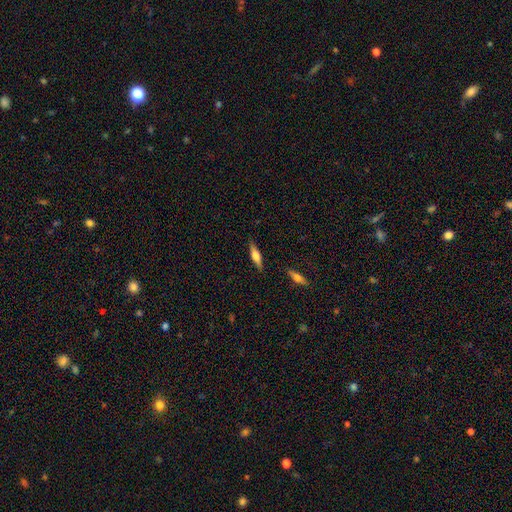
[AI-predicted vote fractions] Smooth or featured? Predicted: featured or disk (p=0.53). Edge-on disk? Predicted: yes (p=0.95). Edge-on bulge? Predicted: rounded (p=0.84). Merging? Predicted: none (p=0.86).